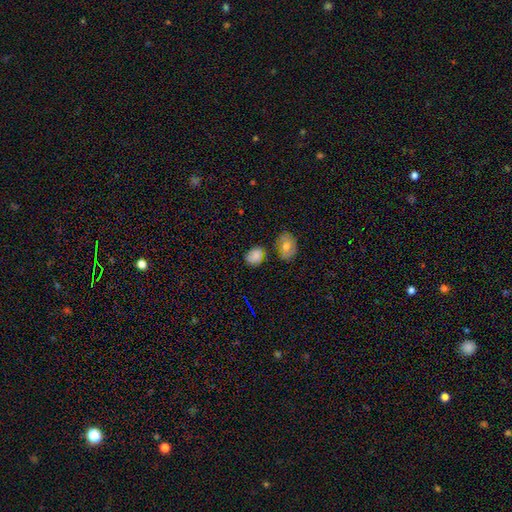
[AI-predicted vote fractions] The model was most divided on "how rounded": in between: 59%, round: 40%, cigar-shaped: 1%. More confident: smooth or featured — smooth (77%); merging — none (66%).